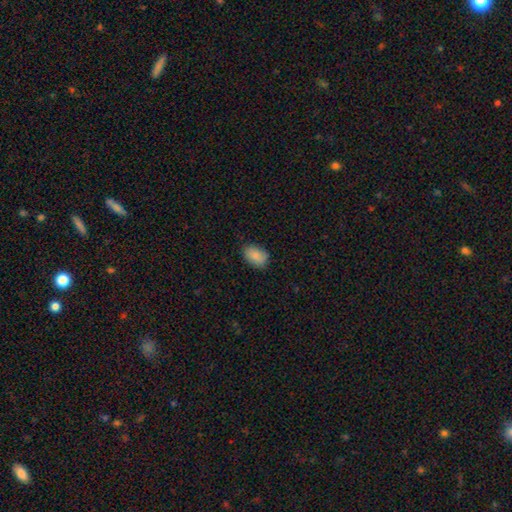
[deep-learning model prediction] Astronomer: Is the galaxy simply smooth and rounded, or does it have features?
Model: smooth — 88%.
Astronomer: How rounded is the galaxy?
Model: in between — 88%.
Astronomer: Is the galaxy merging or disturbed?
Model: none — 78%.